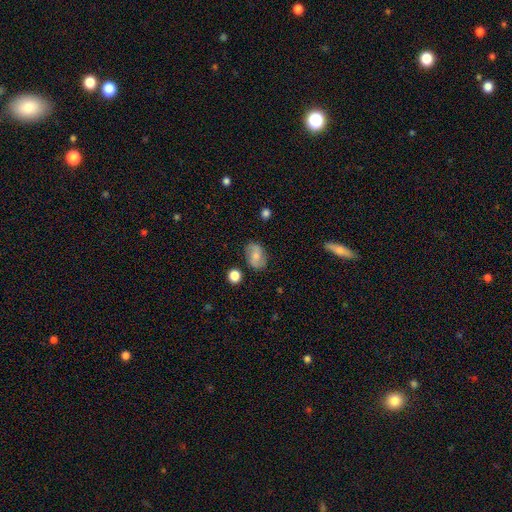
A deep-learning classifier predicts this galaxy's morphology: A smooth galaxy with no disk features (52%) that is in between round and cigar-shaped (80%).

Vote fractions:
- Smooth or featured? smooth: 52% / featured or disk: 39% / star or artifact: 9%
- How rounded? in between: 80% / round: 18% / cigar-shaped: 2%
- Merging? none: 78% / minor disturbance: 16% / major disturbance: 4% / merger: 2%